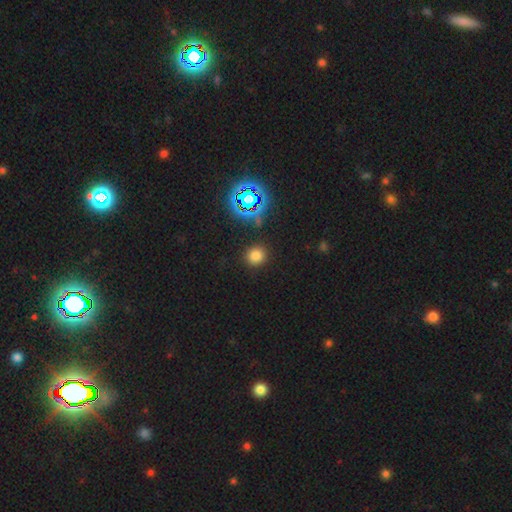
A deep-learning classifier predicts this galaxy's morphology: This appears to be a smooth galaxy with no disk features (73%) that is round (89%). Merging: none (89%).